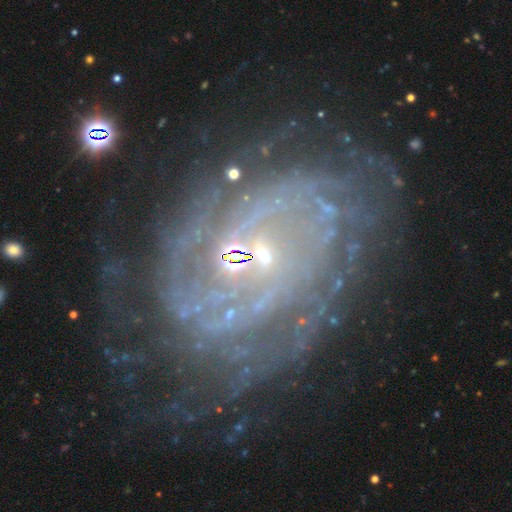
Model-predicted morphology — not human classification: type=featured or disk (87%); edge-on=no (97%); bar=no (66%); spiral arms=yes (93%); winding=tight (67%); arm count=can't tell (38%); bulge=small (72%); merging=none (64%).